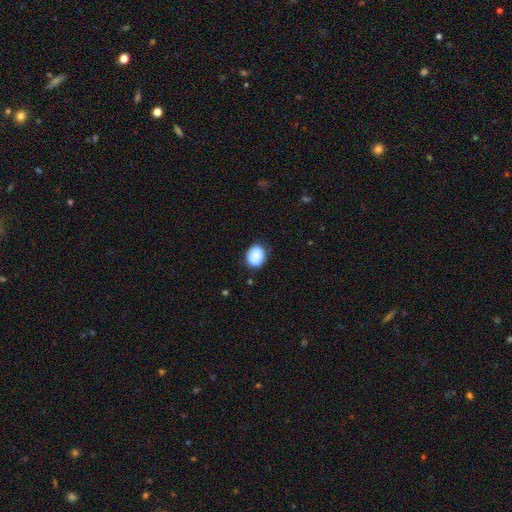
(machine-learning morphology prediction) Smooth or featured? Predicted: smooth (p=0.85). How rounded? Predicted: round (p=0.59). Merging? Predicted: none (p=0.75).